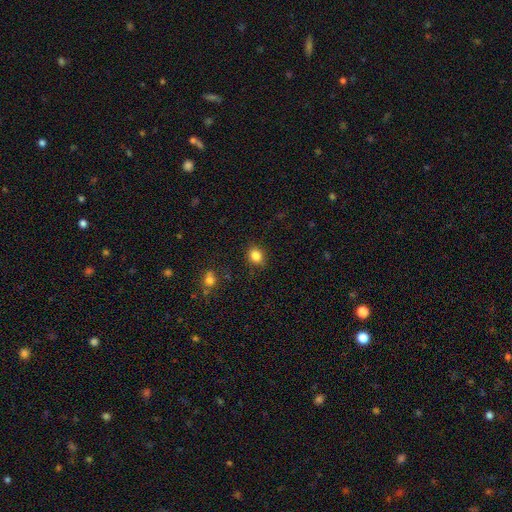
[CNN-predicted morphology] A smooth galaxy with no disk features (84%) that is round (63%). Merging: none (85%).